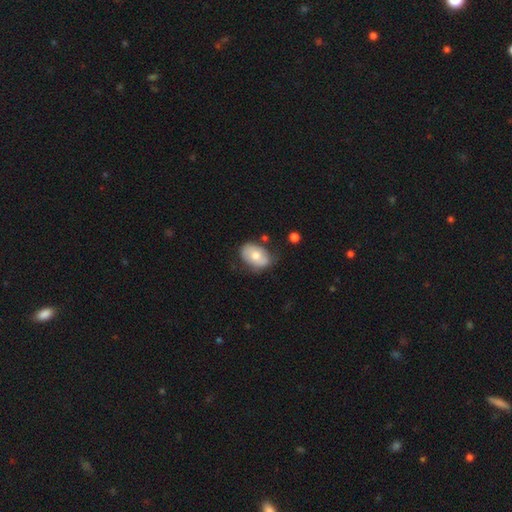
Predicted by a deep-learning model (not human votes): This is likely a smooth galaxy (68%). How rounded: clearly in between (83%). Merging: likely none (65%).